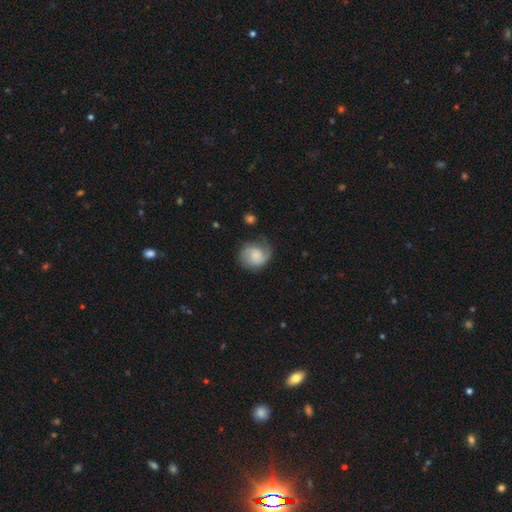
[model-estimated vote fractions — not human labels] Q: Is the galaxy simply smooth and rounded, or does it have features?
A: featured or disk — 51%.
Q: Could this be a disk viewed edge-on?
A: no — 98%.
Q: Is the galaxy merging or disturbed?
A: none — 59%.